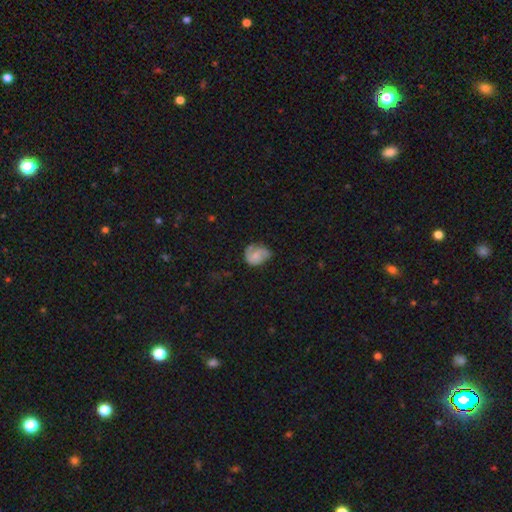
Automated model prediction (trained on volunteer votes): A featured or disk galaxy (50%).

Vote fractions:
- Smooth or featured? featured or disk: 50% / smooth: 42% / star or artifact: 7%
- Edge-on disk? no: 97% / yes: 3%
- Merging? none: 42% / minor disturbance: 36% / major disturbance: 20% / merger: 2%